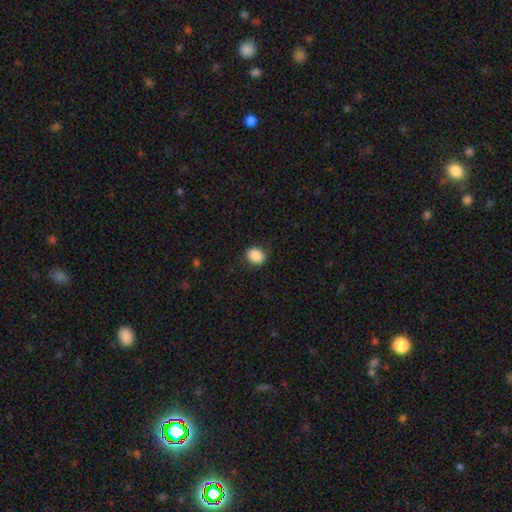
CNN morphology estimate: smooth_or_featured: smooth (p=0.89) [alt: star or artifact p=0.09]
how_rounded: round (p=0.59) [alt: in between p=0.40]
merging: none (p=0.87) [alt: minor disturbance p=0.09]